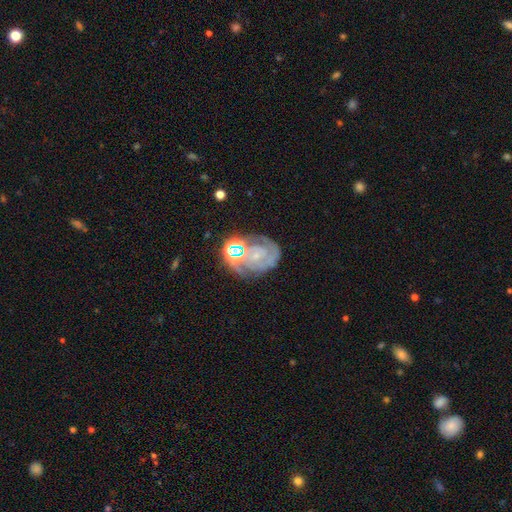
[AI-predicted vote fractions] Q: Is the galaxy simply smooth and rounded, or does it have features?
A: featured or disk — 76%.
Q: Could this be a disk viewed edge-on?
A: no — 97%.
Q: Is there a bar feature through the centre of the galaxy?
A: no — 64%.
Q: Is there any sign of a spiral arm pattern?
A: yes — 92%.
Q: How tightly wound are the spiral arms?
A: tight — 64%.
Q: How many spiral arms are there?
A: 2 — 39%.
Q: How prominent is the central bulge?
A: small — 73%.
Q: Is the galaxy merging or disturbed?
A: none — 61%.